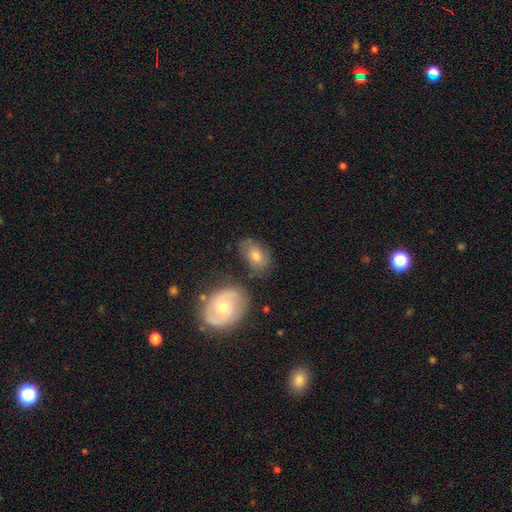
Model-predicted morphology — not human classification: Smooth or featured? Predicted: smooth (p=0.60). How rounded? Predicted: in between (p=0.80). Merging? Predicted: none (p=0.62).